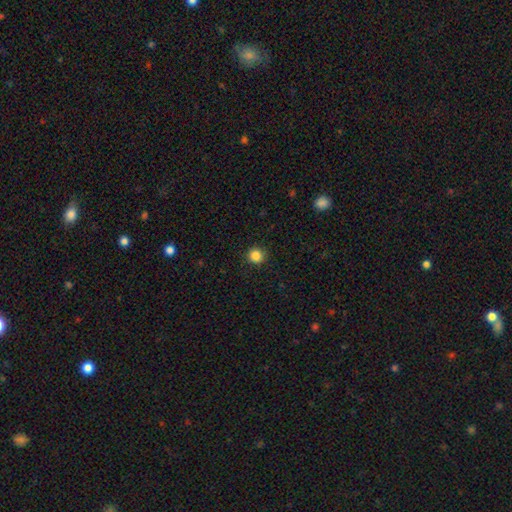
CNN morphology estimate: Smooth or featured? Predicted: smooth (p=0.85). How rounded? Predicted: round (p=0.93). Merging? Predicted: none (p=0.92).